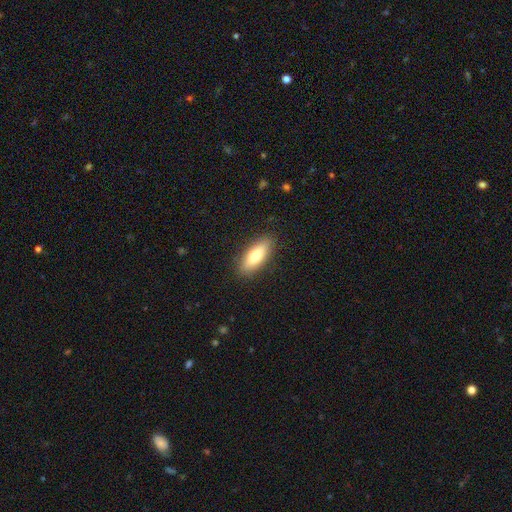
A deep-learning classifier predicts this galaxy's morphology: type=smooth (76%); roundness=in between (67%); merging=none (88%).